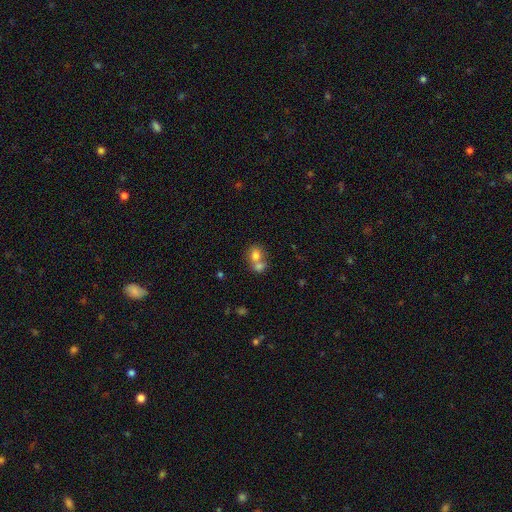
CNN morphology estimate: type=smooth (75%); roundness=round (52%); merging=merger (64%).